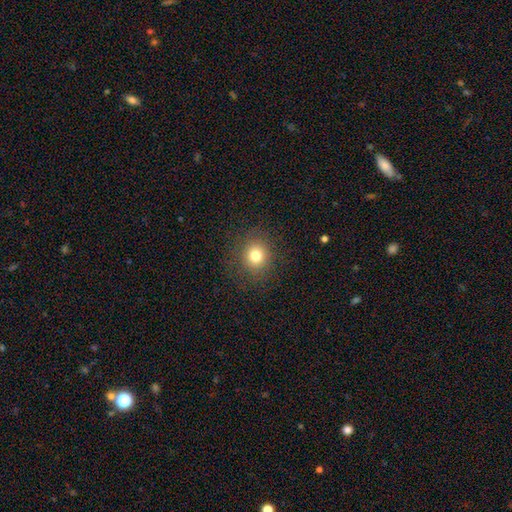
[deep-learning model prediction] smooth-or-featured: smooth: 78% | star or artifact: 13% | featured or disk: 8%
  how-rounded: round: 84% | in between: 15% | cigar-shaped: 1%
  merging: none: 87% | minor disturbance: 8% | major disturbance: 4% | merger: 1%